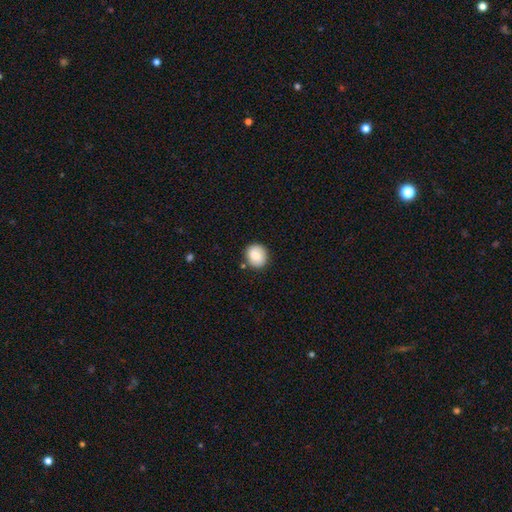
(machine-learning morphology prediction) Overall: smooth (78%). How rounded: round (80%). Merging: none (84%).